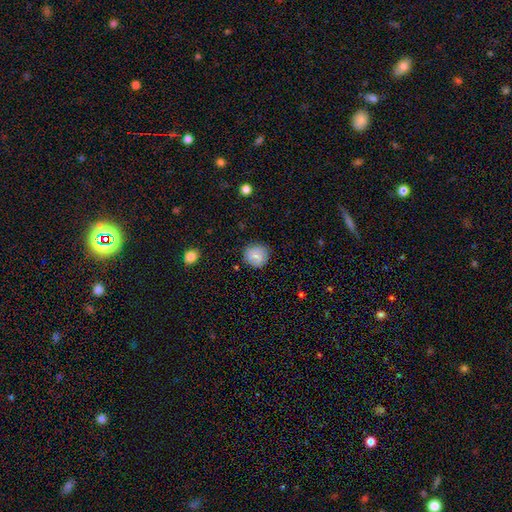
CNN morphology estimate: Smooth or featured? Predicted: smooth (p=0.78). How rounded? Predicted: round (p=0.88). Merging? Predicted: none (p=0.84).